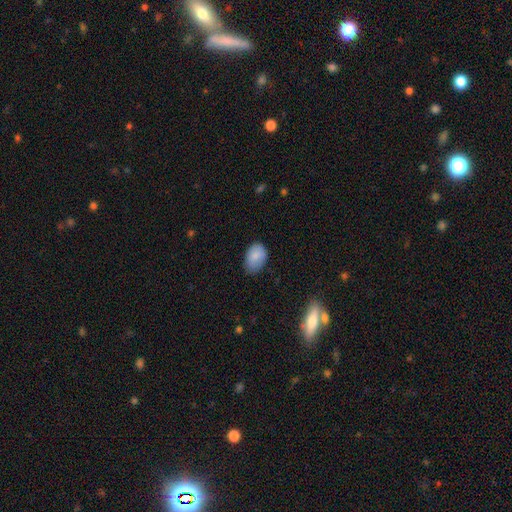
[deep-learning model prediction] Smooth or featured? smooth (86%)
How rounded? in between (84%)
Merging? none (64%)